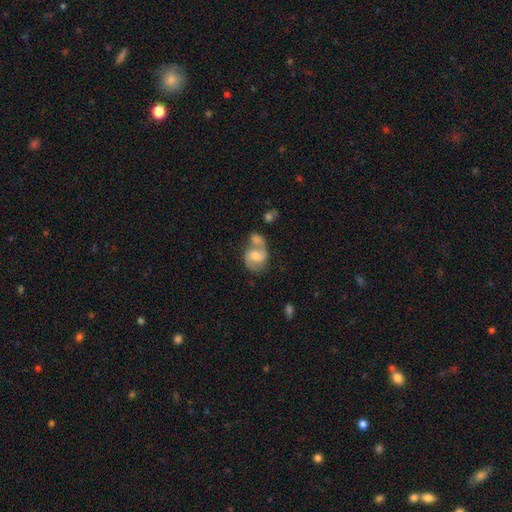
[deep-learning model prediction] Smooth or featured: featured or disk — 63% (smooth — 30%)
Edge-on disk: no — 97% (yes — 3%)
Bar: no — 46% (weak — 43%)
Spiral arms: yes — 86% (no — 14%)
Spiral winding: medium — 52% (loose — 30%)
Spiral arm count: 2 — 86% (can't tell — 7%)
Bulge size: moderate — 60% (small — 22%)
Merging: merger — 46% (none — 34%)